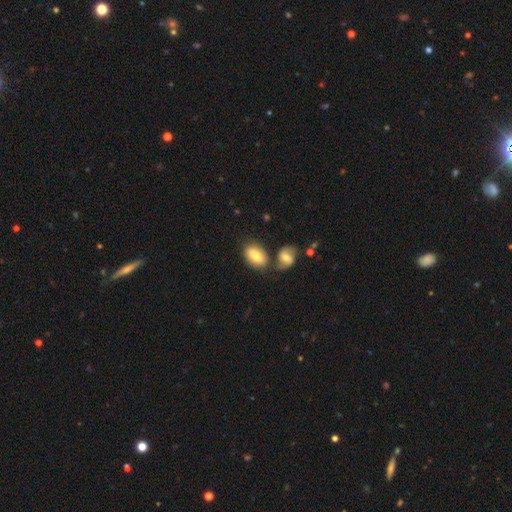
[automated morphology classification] A smooth galaxy with no disk features (75%) that is in between round and cigar-shaped (88%).

Vote fractions:
- Smooth or featured? smooth: 75% / featured or disk: 19% / star or artifact: 7%
- How rounded? in between: 88% / round: 9% / cigar-shaped: 2%
- Merging? none: 55% / merger: 27% / minor disturbance: 14% / major disturbance: 4%